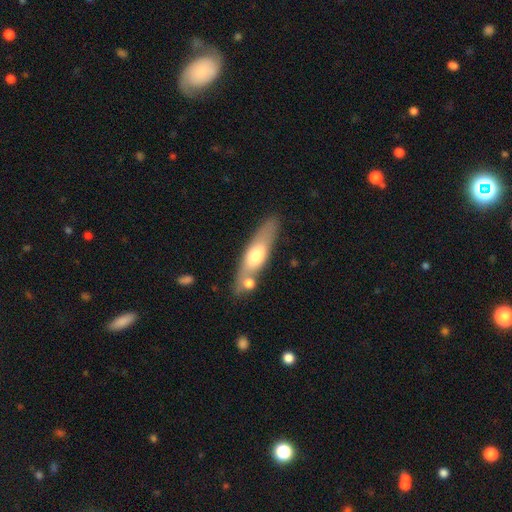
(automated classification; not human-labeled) Smooth or featured? Predicted: smooth (p=0.55). How rounded? Predicted: cigar-shaped (p=0.62). Merging? Predicted: none (p=0.63).